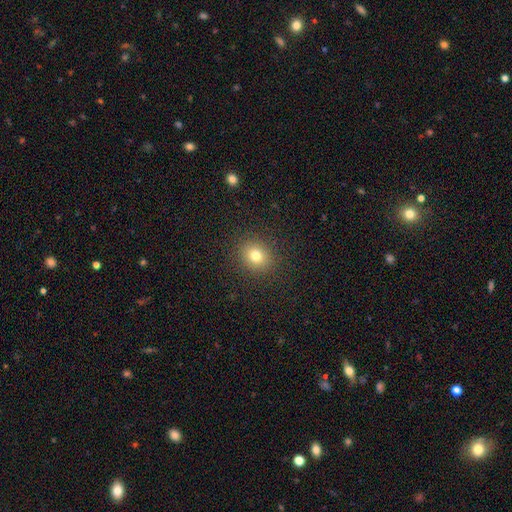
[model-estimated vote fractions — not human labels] Morphology: type=smooth (78%); roundness=round (73%); merging=none (89%).